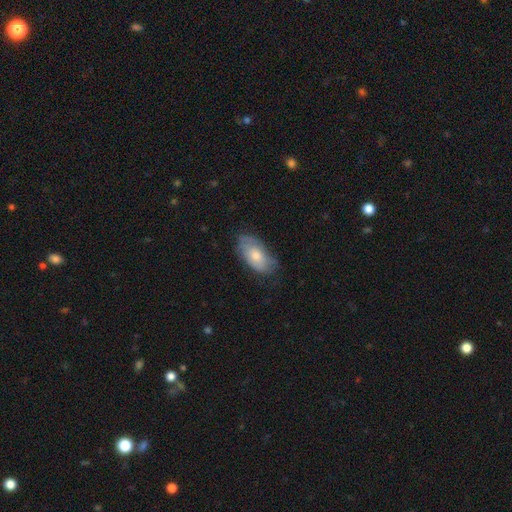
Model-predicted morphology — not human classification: Smooth or featured?
  - smooth: 62% *
  - featured or disk: 32%
  - star or artifact: 7%
How rounded?
  - in between: 93% *
  - cigar-shaped: 4%
  - round: 4%
Merging?
  - none: 68% *
  - minor disturbance: 25%
  - major disturbance: 6%
  - merger: 1%